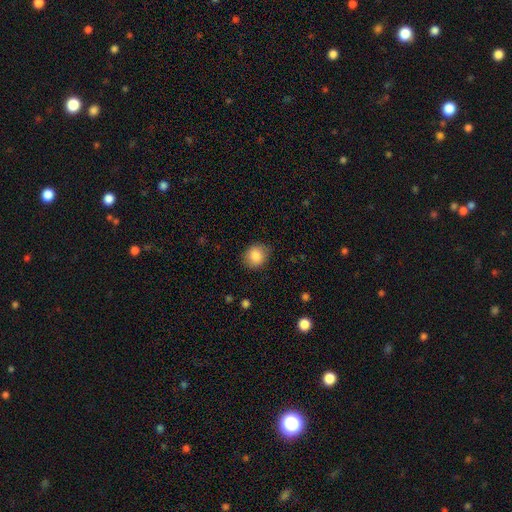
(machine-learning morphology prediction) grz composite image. It shows a smooth galaxy with no disk features (87%) that is round (70%). Merging: none (80%).